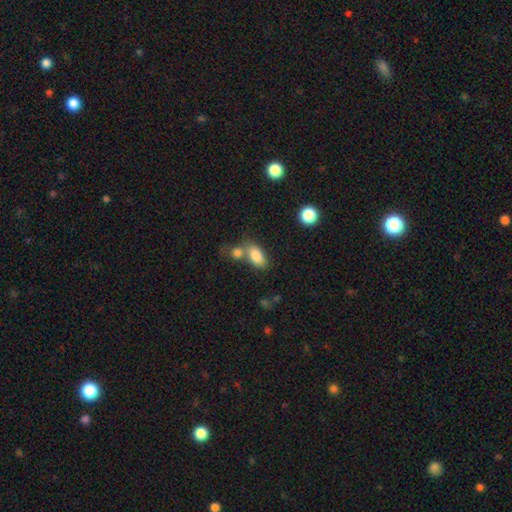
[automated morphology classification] smooth_or_featured: smooth (p=0.83) [alt: featured or disk p=0.09]
how_rounded: in between (p=0.89) [alt: round p=0.07]
merging: none (p=0.44) [alt: merger p=0.39]